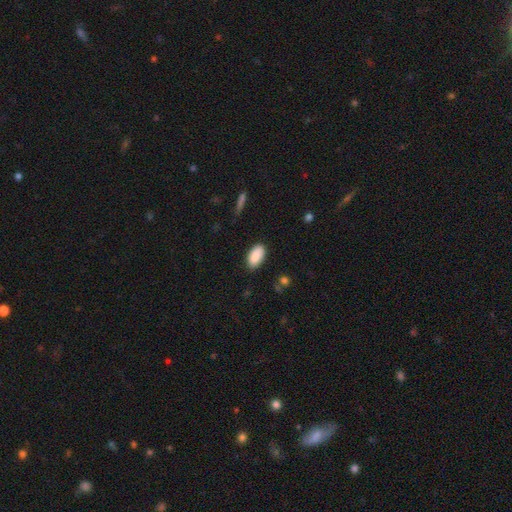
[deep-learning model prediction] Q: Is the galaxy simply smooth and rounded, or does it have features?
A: smooth — 90%.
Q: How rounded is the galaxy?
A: in between — 94%.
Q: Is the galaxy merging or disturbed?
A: none — 84%.